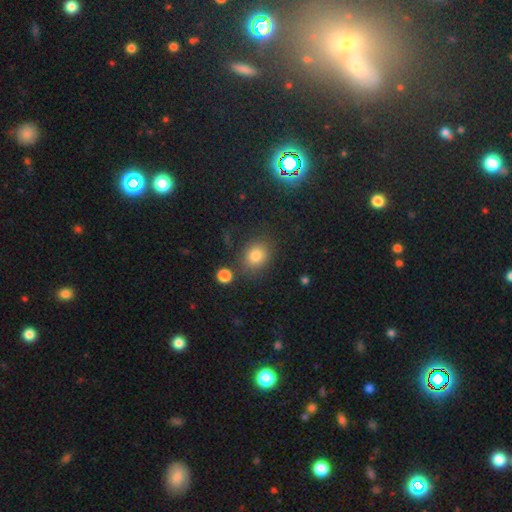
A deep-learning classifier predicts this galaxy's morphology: This appears to be a smooth galaxy with no disk features (80%) that is round (60%). Merging: none (78%).